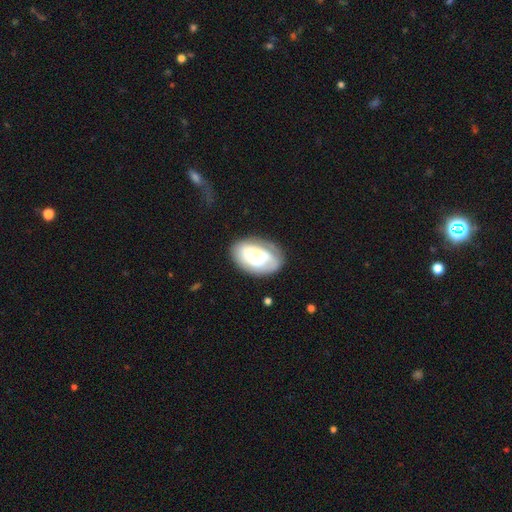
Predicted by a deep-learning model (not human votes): Q: Smooth or featured?
A: smooth (51%); runner-up: featured or disk (42%)
Q: How rounded?
A: in between (88%); runner-up: round (11%)
Q: Merging?
A: none (68%); runner-up: minor disturbance (20%)